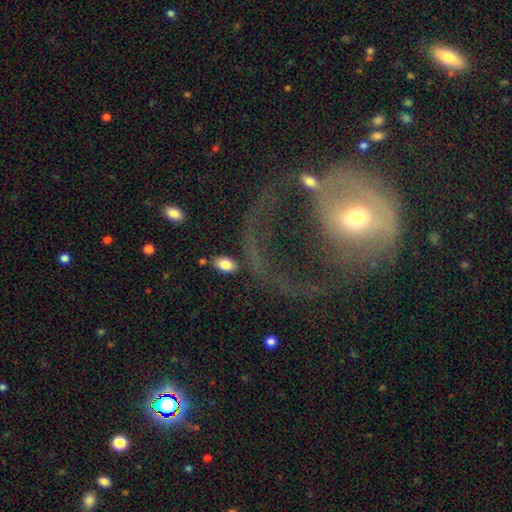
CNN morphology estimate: smooth-or-featured: featured or disk: 57% | smooth: 30% | star or artifact: 14%
  disk-edge-on: no: 95% | yes: 5%
    bar: no: 65% | weak: 24% | strong: 12%
    has-spiral-arms: no: 52% | yes: 48%
    bulge-size: moderate: 60% | small: 29% | large: 6% | dominant: 2% | none: 2%
  merging: major disturbance: 62% | none: 20% | minor disturbance: 10% | merger: 7%